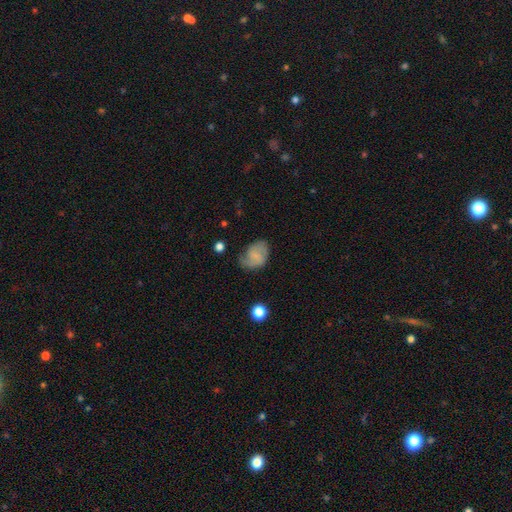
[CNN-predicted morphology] This is possibly a smooth galaxy (53%). How rounded: likely in between (70%). Merging: possibly none (59%).